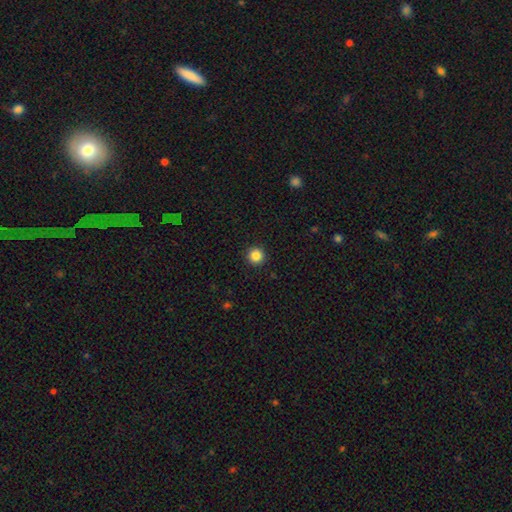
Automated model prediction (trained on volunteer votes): smooth_or_featured: smooth (p=0.85) [alt: star or artifact p=0.11]
how_rounded: round (p=0.96) [alt: in between p=0.03]
merging: none (p=0.93) [alt: minor disturbance p=0.04]